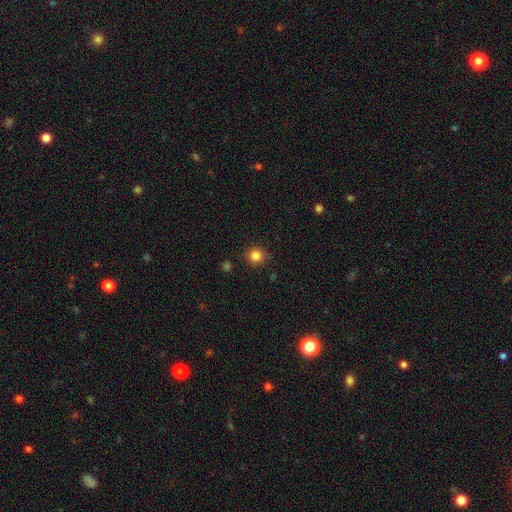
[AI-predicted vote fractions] Smooth or featured? smooth (84%)
How rounded? round (93%)
Merging? none (87%)